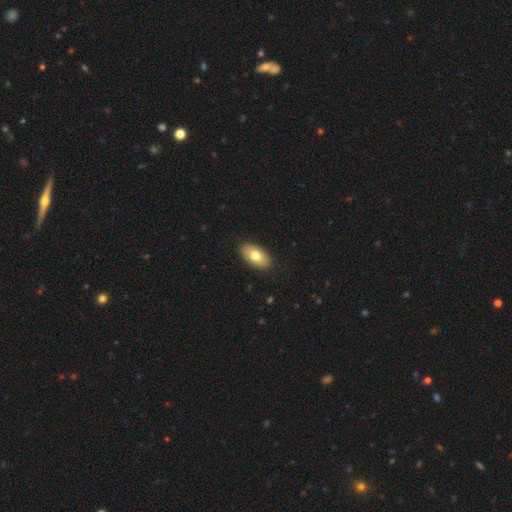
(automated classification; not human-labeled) A smooth galaxy with no disk features (77%) that is in between round and cigar-shaped (94%).

Vote fractions:
- Smooth or featured? smooth: 77% / featured or disk: 17% / star or artifact: 6%
- How rounded? in between: 94% / round: 4% / cigar-shaped: 2%
- Merging? none: 89% / minor disturbance: 9% / major disturbance: 2% / merger: 1%